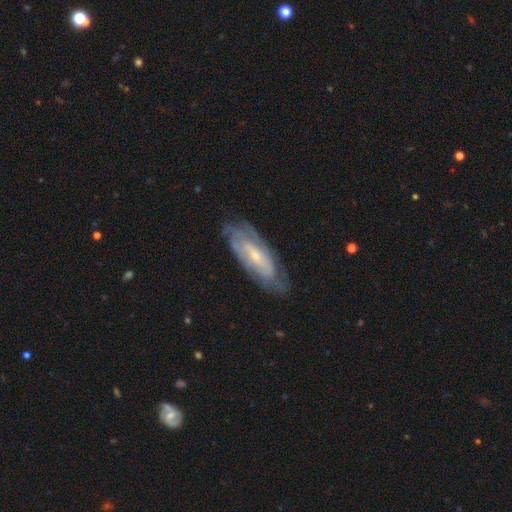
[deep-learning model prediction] smooth-or-featured: featured or disk: 70% | smooth: 21% | star or artifact: 9%
  disk-edge-on: no: 79% | yes: 21%
    bar: no: 48% | weak: 39% | strong: 13%
    has-spiral-arms: yes: 82% | no: 18%
    bulge-size: small: 62% | moderate: 31% | none: 3% | large: 2% | dominant: 1%
  merging: none: 79% | minor disturbance: 16% | major disturbance: 4% | merger: 1%